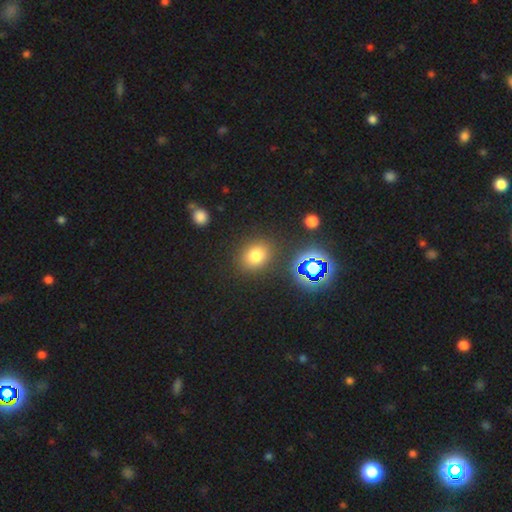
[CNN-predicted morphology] smooth 73%, star or artifact 20%, featured or disk 8%. Down the decision tree: how rounded — round (64%); merging — none (86%).